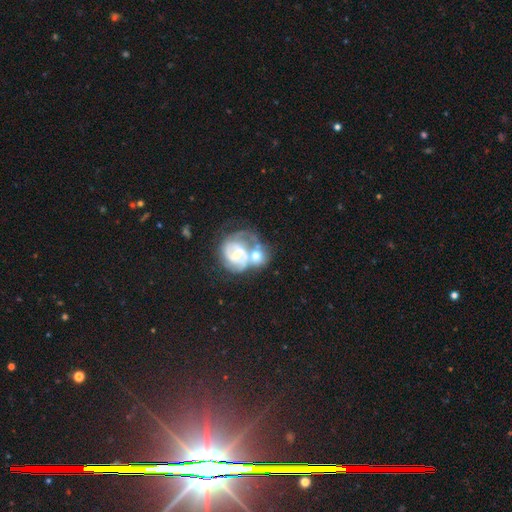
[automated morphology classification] Smooth or featured? featured or disk (67%)
Edge-on disk? no (97%)
Bar? no (49%)
Spiral arms? yes (78%)
Spiral winding? tight (51%)
Spiral arm count? 2 (48%)
Bulge size? moderate (51%)
Merging? merger (56%)